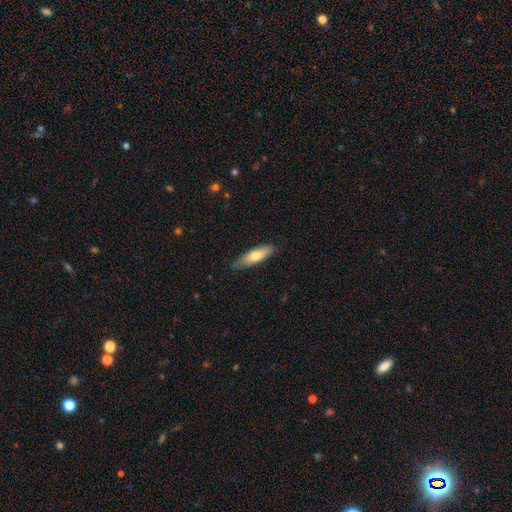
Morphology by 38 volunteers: This appears to be a smooth galaxy with no disk features (79%) that is cigar-shaped (60%). Merging: none (76%).